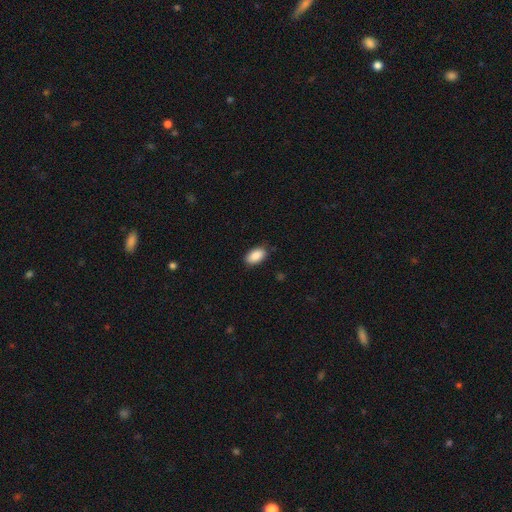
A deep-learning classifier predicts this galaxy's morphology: A smooth galaxy with no disk features (89%) that is in between round and cigar-shaped (93%). Merging: none (85%).